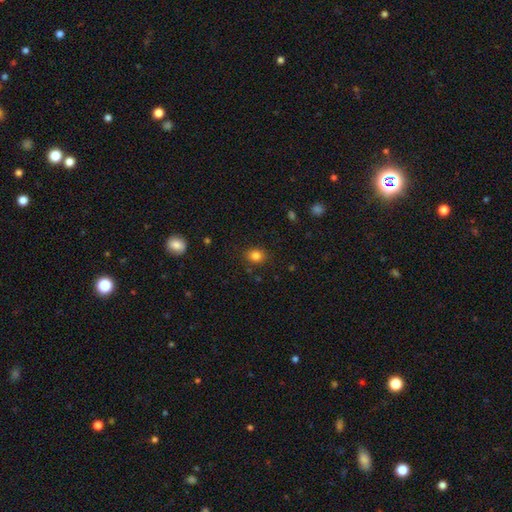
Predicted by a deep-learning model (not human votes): smooth 83%, star or artifact 12%, featured or disk 5%. Down the decision tree: how rounded — round (62%); merging — none (86%).